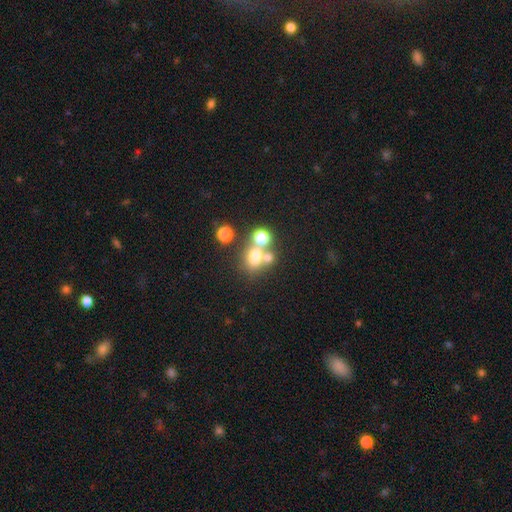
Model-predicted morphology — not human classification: Q: Smooth or featured?
A: smooth (66%); runner-up: star or artifact (18%)
Q: How rounded?
A: round (56%); runner-up: in between (43%)
Q: Merging?
A: none (43%); runner-up: merger (41%)